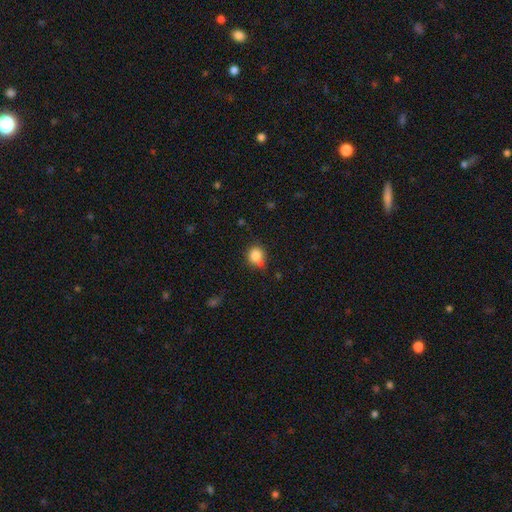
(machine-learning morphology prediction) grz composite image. It shows a smooth galaxy with no disk features (84%) that is round (75%). Merging: none (57%).